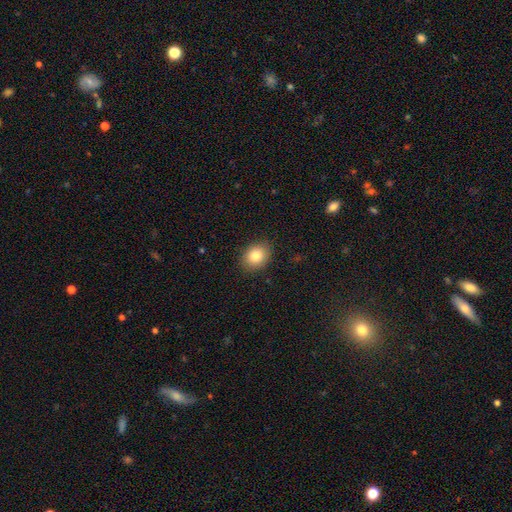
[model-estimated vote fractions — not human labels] Smooth or featured: smooth — 82% (star or artifact — 9%)
How rounded: in between — 57% (round — 42%)
Merging: none — 89% (minor disturbance — 8%)